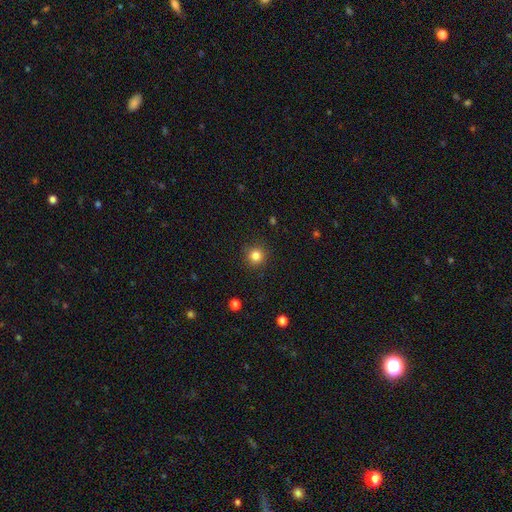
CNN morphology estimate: type=smooth (83%); roundness=round (94%); merging=none (91%).